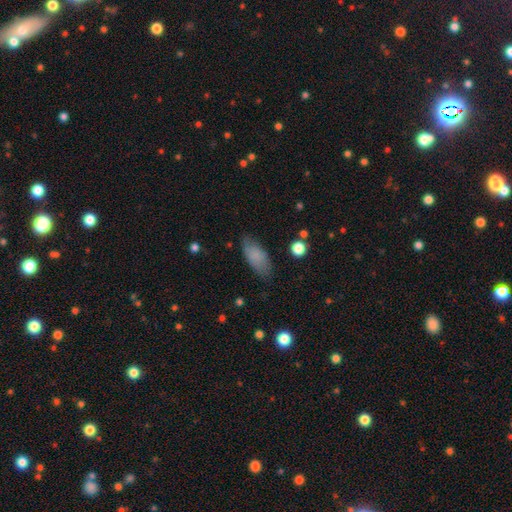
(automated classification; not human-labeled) Smooth or featured? Predicted: smooth (p=0.81). How rounded? Predicted: in between (p=0.87). Merging? Predicted: none (p=0.74).